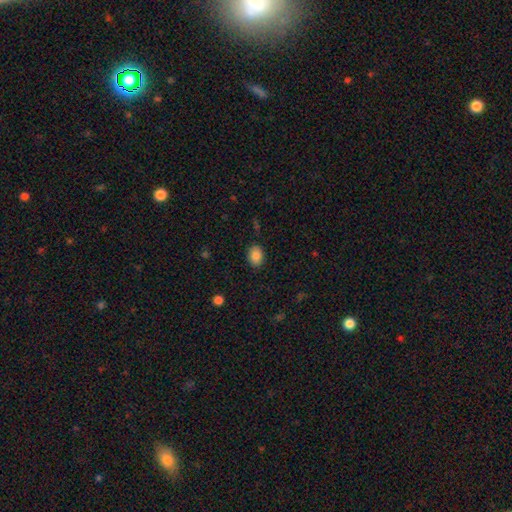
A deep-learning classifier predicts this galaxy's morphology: Q: Smooth or featured?
A: smooth (86%); runner-up: star or artifact (9%)
Q: How rounded?
A: in between (67%); runner-up: round (32%)
Q: Merging?
A: none (87%); runner-up: minor disturbance (10%)